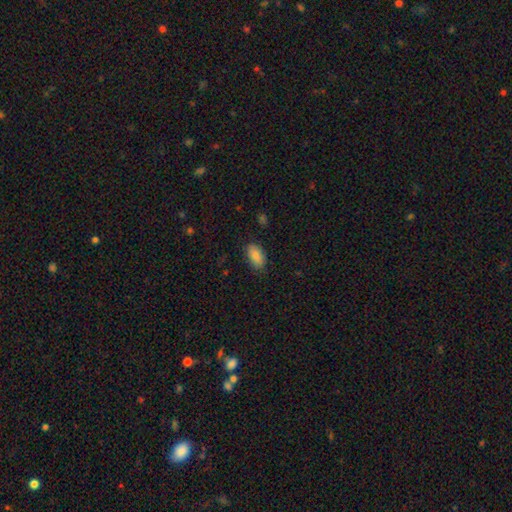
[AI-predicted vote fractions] A smooth galaxy with no disk features (85%) that is in between round and cigar-shaped (93%). Merging: none (83%).